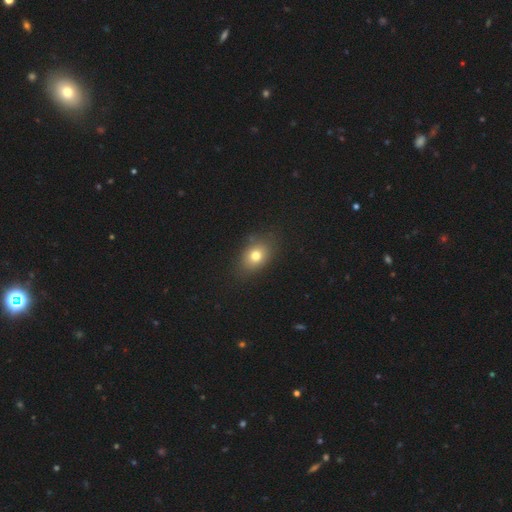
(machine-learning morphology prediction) Smooth or featured?
  - smooth: 76% *
  - star or artifact: 12%
  - featured or disk: 12%
How rounded?
  - in between: 65% *
  - round: 34%
  - cigar-shaped: 1%
Merging?
  - none: 81% *
  - minor disturbance: 14%
  - major disturbance: 4%
  - merger: 2%